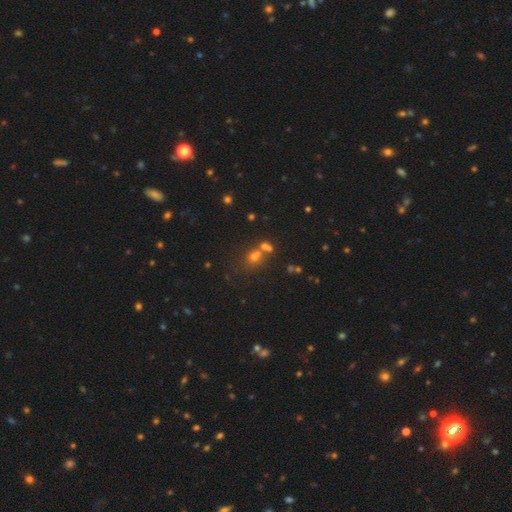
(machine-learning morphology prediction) Smooth or featured?
  - smooth: 56% *
  - star or artifact: 31%
  - featured or disk: 13%
How rounded?
  - round: 71% *
  - in between: 27%
  - cigar-shaped: 2%
Merging?
  - none: 50% *
  - merger: 36%
  - minor disturbance: 9%
  - major disturbance: 5%